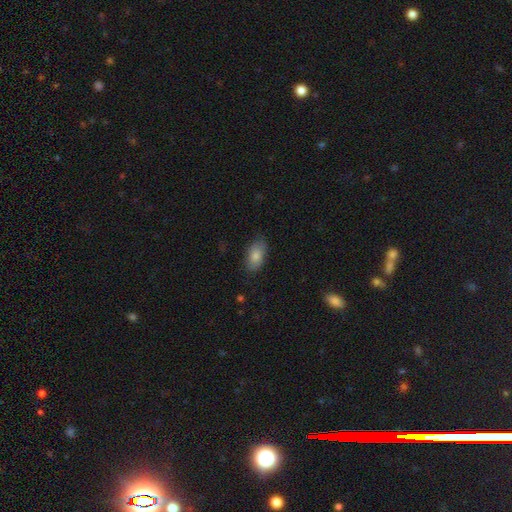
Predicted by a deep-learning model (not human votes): smooth_or_featured: smooth (p=0.83) [alt: featured or disk p=0.10]
how_rounded: in between (p=0.92) [alt: round p=0.04]
merging: none (p=0.81) [alt: minor disturbance p=0.14]